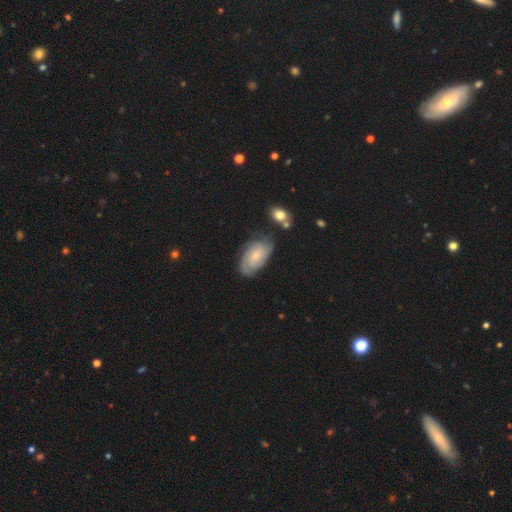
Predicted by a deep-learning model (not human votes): Q: Smooth or featured?
A: featured or disk (65%); runner-up: smooth (29%)
Q: Edge-on disk?
A: no (95%); runner-up: yes (5%)
Q: Bar?
A: no (68%); runner-up: weak (28%)
Q: Spiral arms?
A: yes (92%); runner-up: no (8%)
Q: Spiral winding?
A: tight (59%); runner-up: medium (31%)
Q: Spiral arm count?
A: can't tell (38%); runner-up: 2 (28%)
Q: Bulge size?
A: moderate (42%); tied with: small (42%)
Q: Merging?
A: none (70%); runner-up: minor disturbance (20%)